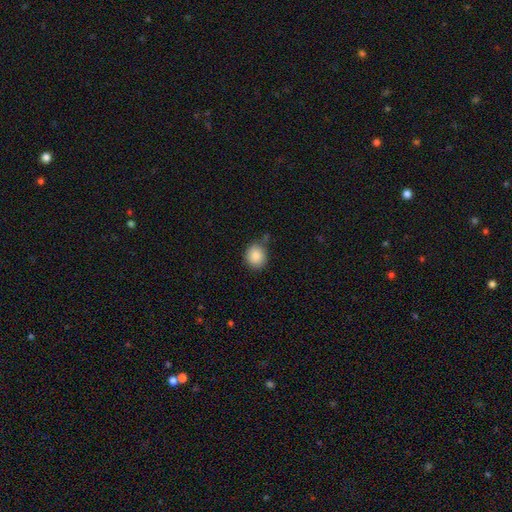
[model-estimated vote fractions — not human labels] Smooth or featured? Predicted: smooth (p=0.88). How rounded? Predicted: round (p=0.74). Merging? Predicted: none (p=0.76).